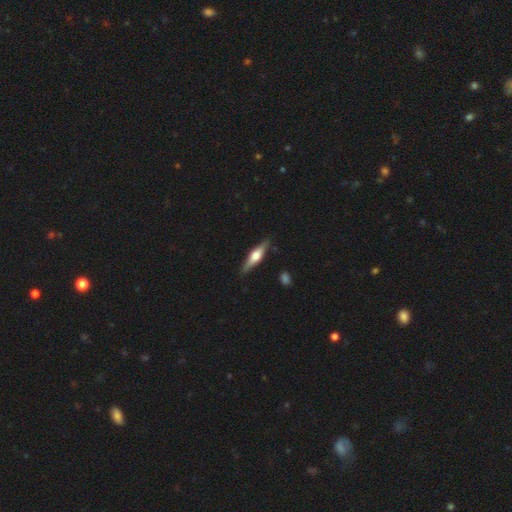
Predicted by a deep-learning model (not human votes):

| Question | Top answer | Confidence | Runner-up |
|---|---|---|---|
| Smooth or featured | featured or disk | 62% | smooth (33%) |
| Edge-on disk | yes | 95% | no (5%) |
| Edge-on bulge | rounded | 91% | boxy (7%) |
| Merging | none | 87% | minor disturbance (10%) |